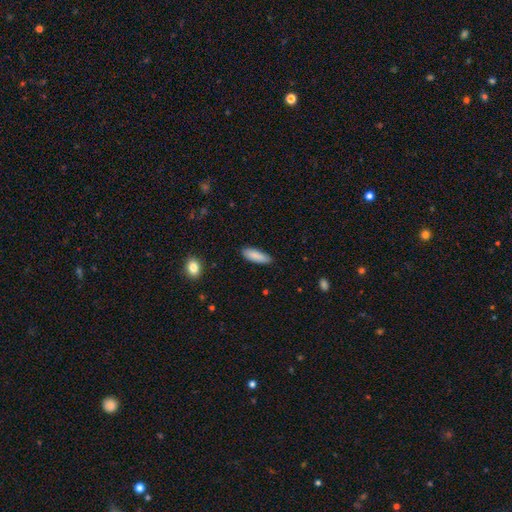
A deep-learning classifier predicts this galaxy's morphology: smooth 88%, star or artifact 6%, featured or disk 6%. Down the decision tree: how rounded — in between (58%); merging — none (84%).